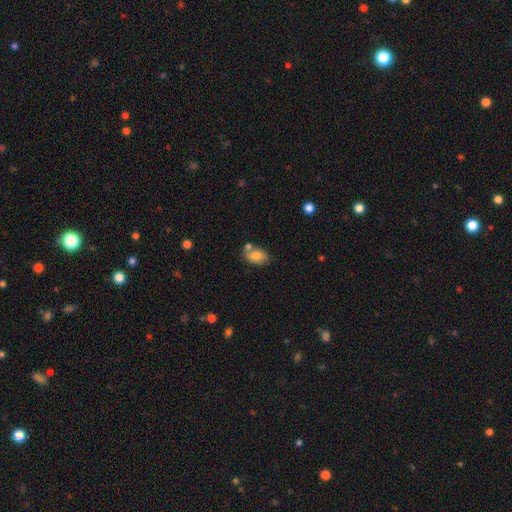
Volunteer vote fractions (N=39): Smooth or featured: smooth — 85% (featured or disk — 13%)
How rounded: in between — 76% (round — 21%)
Merging: none — 55% (merger — 29%)